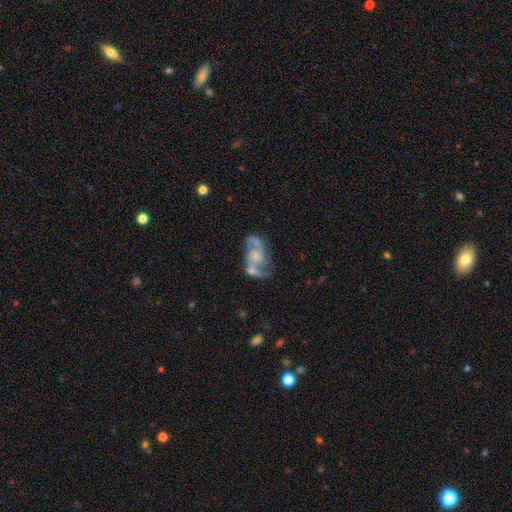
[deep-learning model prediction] Morphology: type=featured or disk (83%); edge-on=no (97%); bar=no (64%); spiral arms=yes (94%); winding=medium (48%); arm count=2 (88%); bulge=small (48%); merging=none (41%).